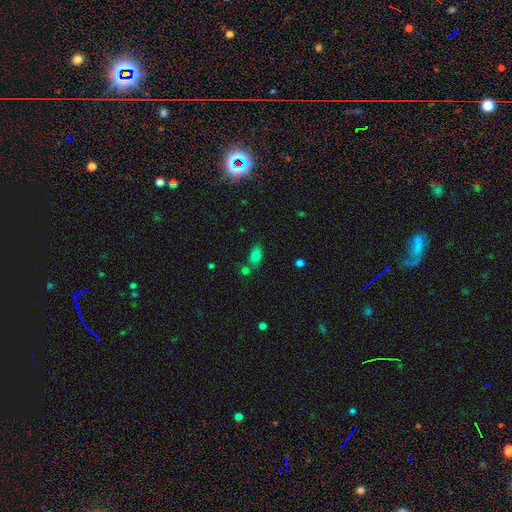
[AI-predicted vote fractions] smooth-or-featured: smooth: 77% | star or artifact: 13% | featured or disk: 10%
  how-rounded: in between: 83% | round: 13% | cigar-shaped: 4%
  merging: none: 64% | merger: 16% | minor disturbance: 15% | major disturbance: 5%